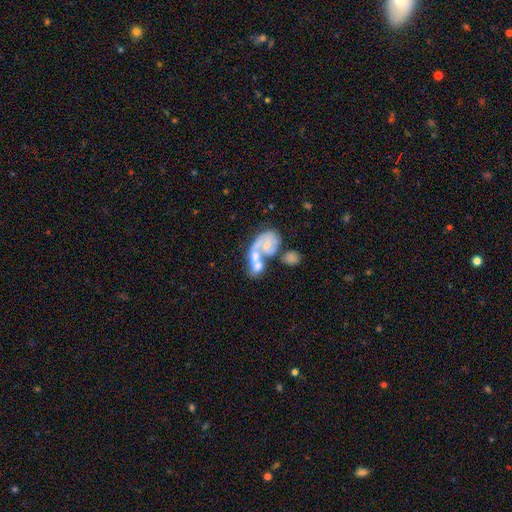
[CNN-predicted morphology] Q: Smooth or featured?
A: featured or disk (37%); runner-up: smooth (34%)
Q: Merging?
A: merger (45%); runner-up: none (30%)